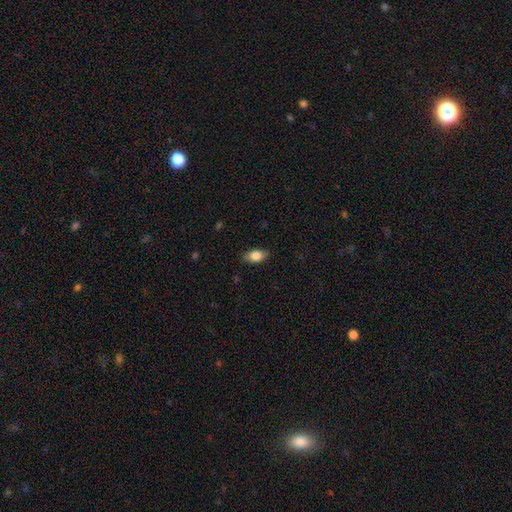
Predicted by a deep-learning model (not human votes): A smooth galaxy with no disk features (82%) that is in between round and cigar-shaped (87%).

Vote fractions:
- Smooth or featured? smooth: 82% / featured or disk: 11% / star or artifact: 7%
- How rounded? in between: 87% / round: 8% / cigar-shaped: 4%
- Merging? none: 84% / minor disturbance: 12% / major disturbance: 3% / merger: 1%